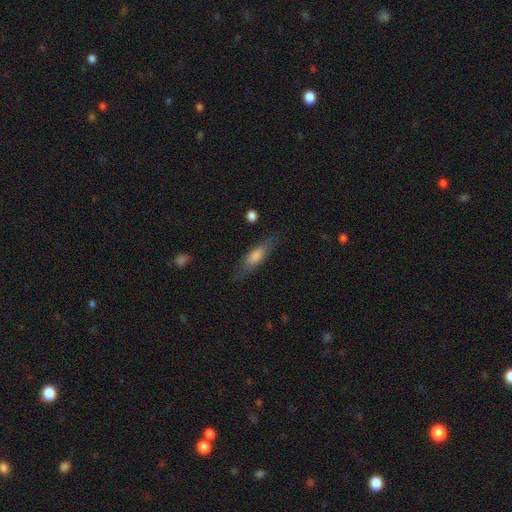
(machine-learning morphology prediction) Overall: smooth (65%; featured or disk 28%). How rounded: cigar-shaped (60%; in between 37%). Merging: none (77%).